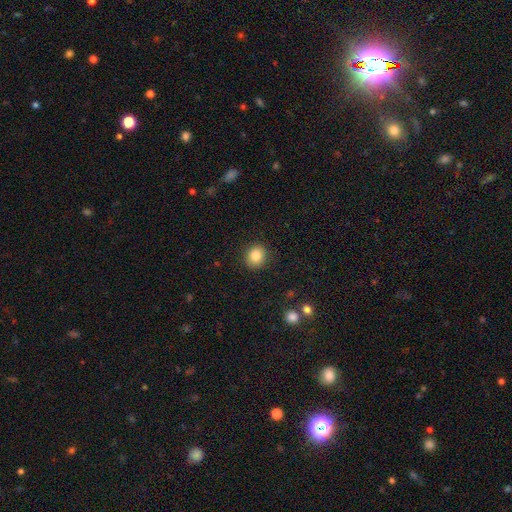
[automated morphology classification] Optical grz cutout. It shows a smooth galaxy with no disk features (84%) that is round (83%). Merging: none (90%).